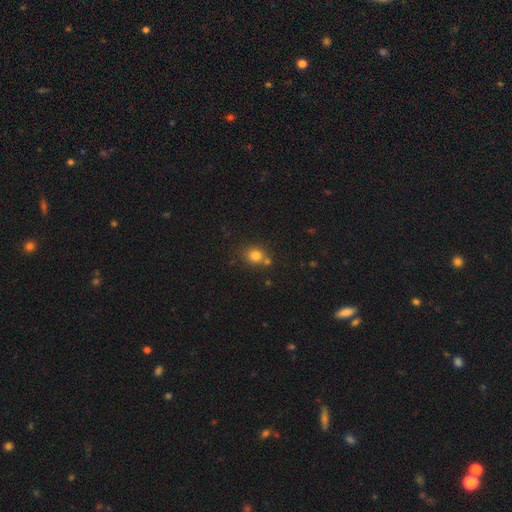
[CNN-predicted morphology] Q: Smooth or featured?
A: smooth (80%); runner-up: star or artifact (13%)
Q: How rounded?
A: round (78%); runner-up: in between (21%)
Q: Merging?
A: none (66%); runner-up: merger (20%)